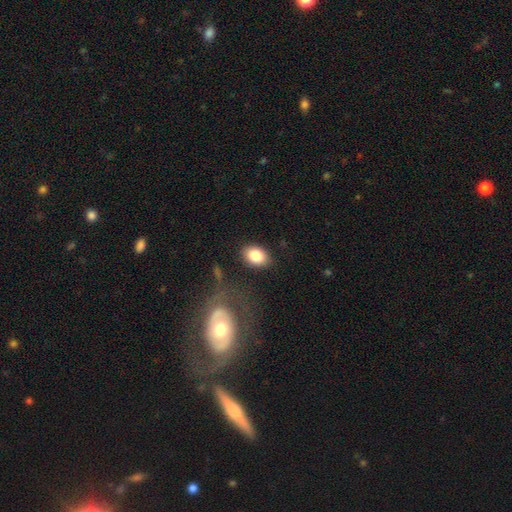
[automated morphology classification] Smooth or featured: smooth — 83% (featured or disk — 9%)
How rounded: in between — 77% (round — 21%)
Merging: none — 83% (minor disturbance — 11%)